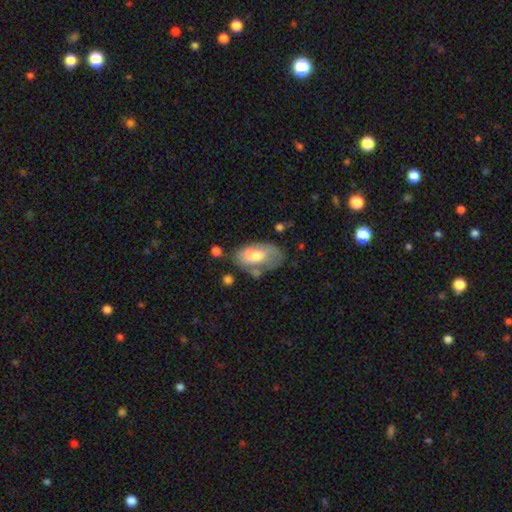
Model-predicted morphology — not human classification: This is possibly a smooth galaxy (53%). How rounded: clearly in between (90%). Merging: marginally none (37%).